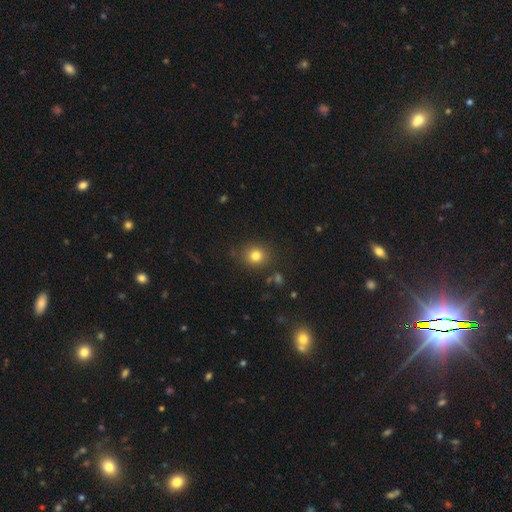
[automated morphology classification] smooth-or-featured: smooth: 80% | star or artifact: 13% | featured or disk: 7%
  how-rounded: round: 80% | in between: 19% | cigar-shaped: 1%
  merging: none: 84% | minor disturbance: 10% | major disturbance: 3% | merger: 2%